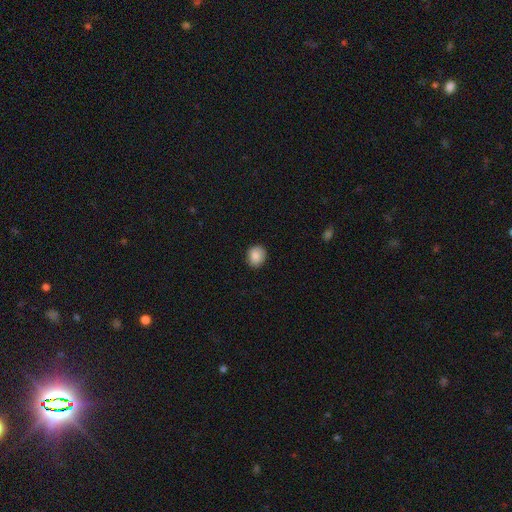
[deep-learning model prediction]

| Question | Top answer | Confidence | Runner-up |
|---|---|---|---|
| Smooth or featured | smooth | 87% | star or artifact (8%) |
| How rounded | round | 76% | in between (23%) |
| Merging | none | 88% | minor disturbance (9%) |